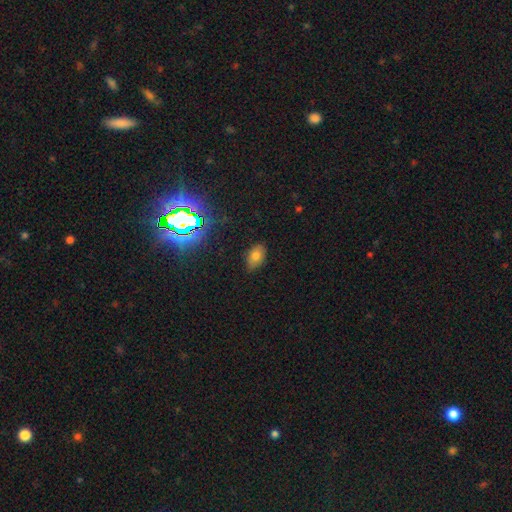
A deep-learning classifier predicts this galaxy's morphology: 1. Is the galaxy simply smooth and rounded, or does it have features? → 71% smooth, 17% star or artifact, 12% featured or disk.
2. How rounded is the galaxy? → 87% in between, 12% round, 2% cigar-shaped.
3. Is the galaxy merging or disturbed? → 77% none, 18% minor disturbance, 3% major disturbance, 1% merger.